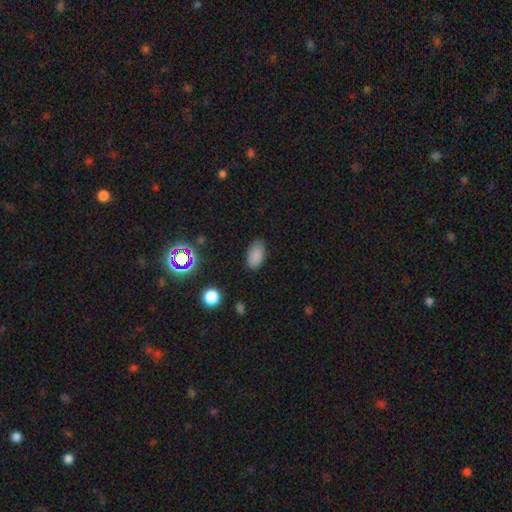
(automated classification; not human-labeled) Smooth or featured? smooth (82%)
How rounded? in between (93%)
Merging? none (80%)